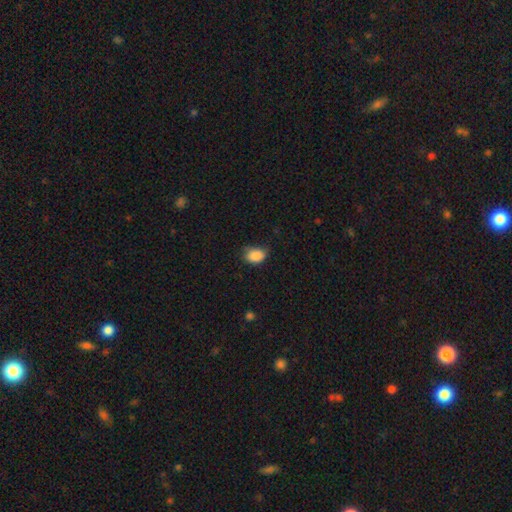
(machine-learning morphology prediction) This is clearly a smooth galaxy (88%). How rounded: likely in between (76%). Merging: likely none (63%).